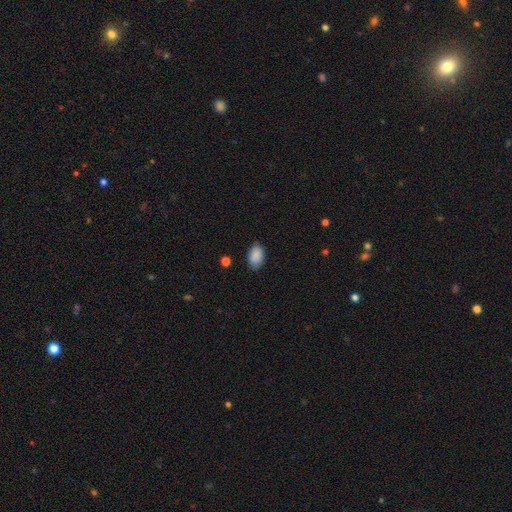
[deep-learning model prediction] Q: Smooth or featured?
A: smooth (89%); runner-up: star or artifact (7%)
Q: How rounded?
A: in between (91%); runner-up: round (8%)
Q: Merging?
A: none (79%); runner-up: minor disturbance (17%)